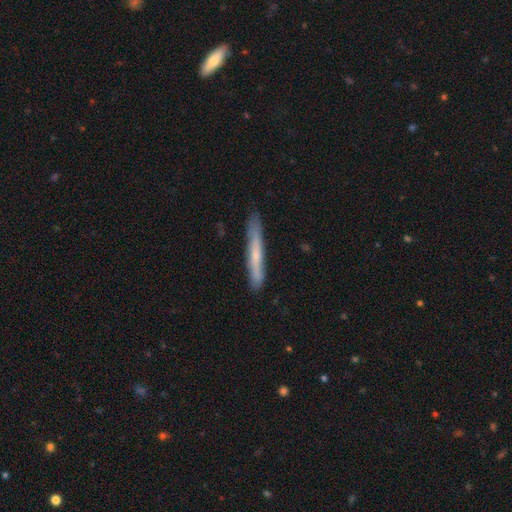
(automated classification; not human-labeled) Overall: smooth (52%; featured or disk 42%). How rounded: cigar-shaped (96%). Merging: none (84%).